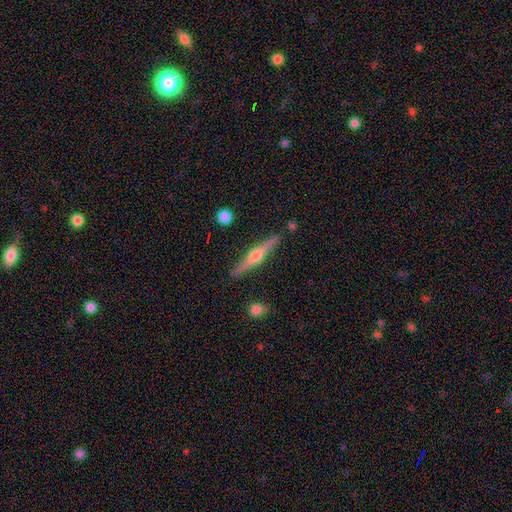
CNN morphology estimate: This is likely a featured or disk galaxy (74%). It is clearly viewed edge-on (97%). Edge-on bulge: clearly rounded (91%). Merging: clearly none (88%).